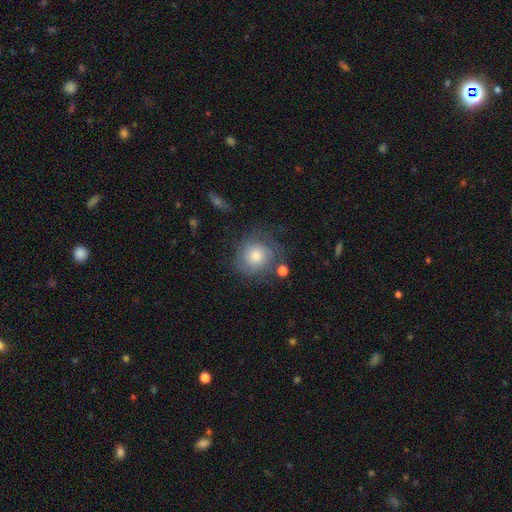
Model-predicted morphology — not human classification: This appears to be a featured or disk galaxy (47%). Merging: none (66%).